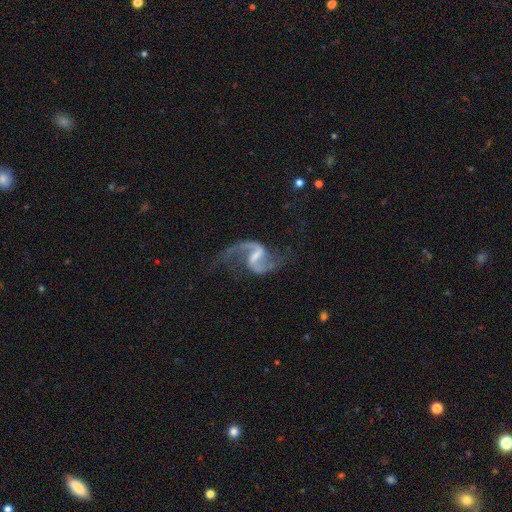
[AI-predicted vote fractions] smooth-or-featured: featured or disk: 92% | star or artifact: 5% | smooth: 3%
  disk-edge-on: no: 98% | yes: 2%
    bar: weak: 49% | strong: 40% | no: 12%
    has-spiral-arms: yes: 97% | no: 3%
      spiral-winding: loose: 68% | medium: 28% | tight: 4%
      spiral-arm-count: 2: 93% | 1: 2% | can't tell: 1% | 3: 1% | 4: 1% | more than 4: 1%
    bulge-size: small: 42% | none: 35% | moderate: 19% | large: 3% | dominant: 1%
  merging: none: 67% | minor disturbance: 15% | major disturbance: 15% | merger: 3%